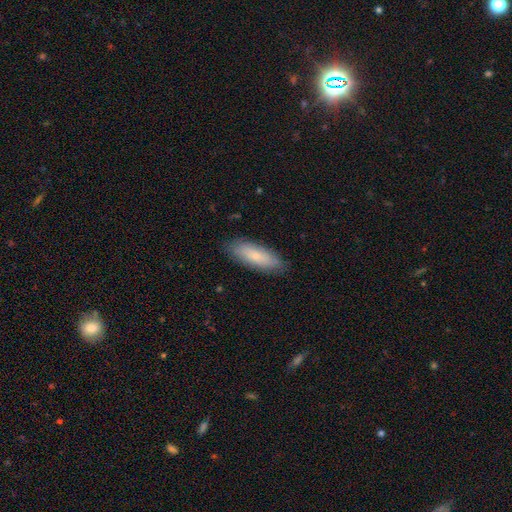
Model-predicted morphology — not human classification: A smooth galaxy with no disk features (75%) that is in between round and cigar-shaped (62%). Merging: none (86%).